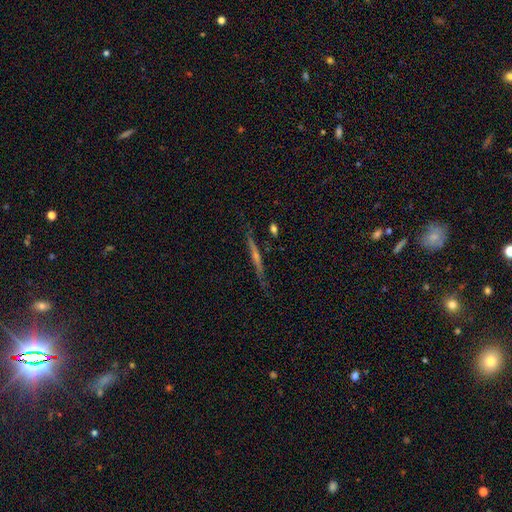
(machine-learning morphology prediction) The model was most divided on "edge-on bulge": rounded: 51%, none: 40%, boxy: 9%. More confident: edge-on disk — yes (97%); merging — none (85%); smooth or featured — featured or disk (71%).